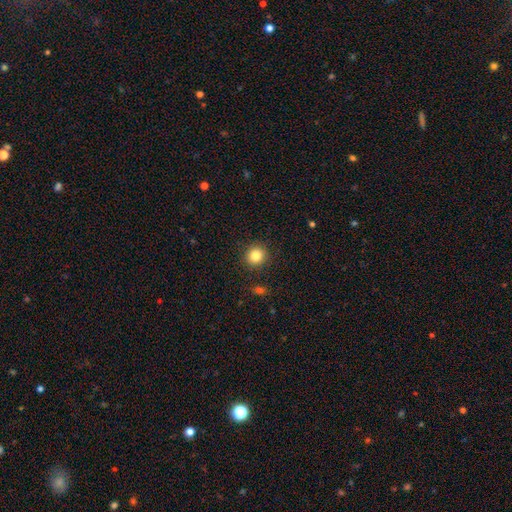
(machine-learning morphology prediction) This is clearly a smooth galaxy (84%). How rounded: clearly round (88%). Merging: clearly none (90%).